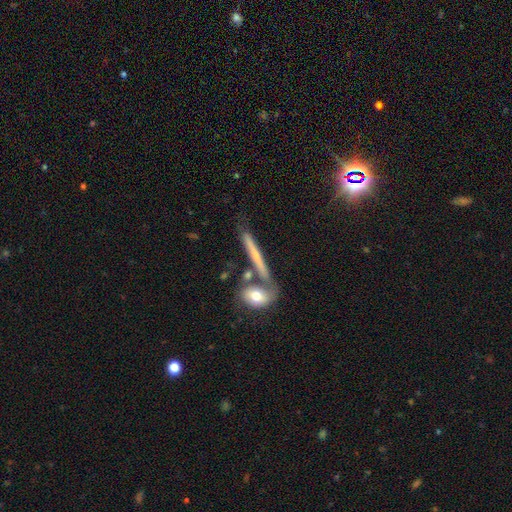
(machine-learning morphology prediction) smooth_or_featured: featured or disk (p=0.47) [alt: smooth p=0.44]
merging: none (p=0.65) [alt: merger p=0.18]